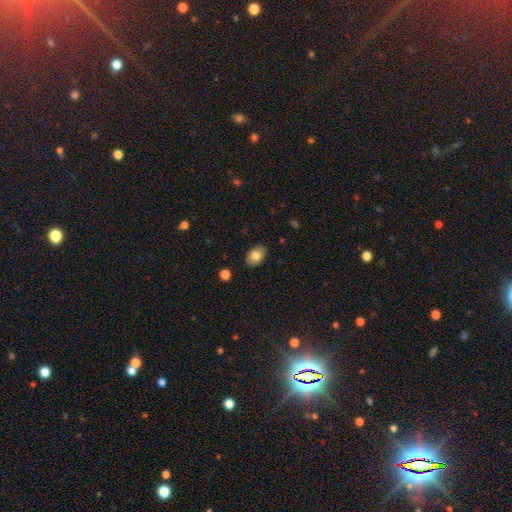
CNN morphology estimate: Smooth or featured: smooth — 79% (featured or disk — 14%)
How rounded: in between — 89% (round — 10%)
Merging: none — 87% (minor disturbance — 10%)